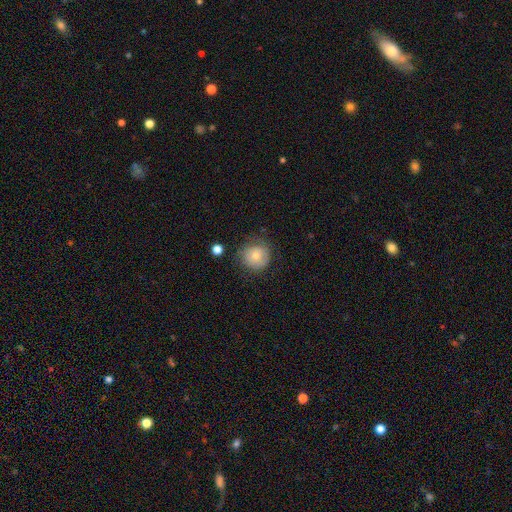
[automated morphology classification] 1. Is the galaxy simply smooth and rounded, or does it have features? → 74% smooth, 17% featured or disk, 9% star or artifact.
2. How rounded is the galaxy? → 90% round, 9% in between, 1% cigar-shaped.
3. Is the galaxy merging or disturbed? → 69% none, 21% minor disturbance, 8% major disturbance, 2% merger.